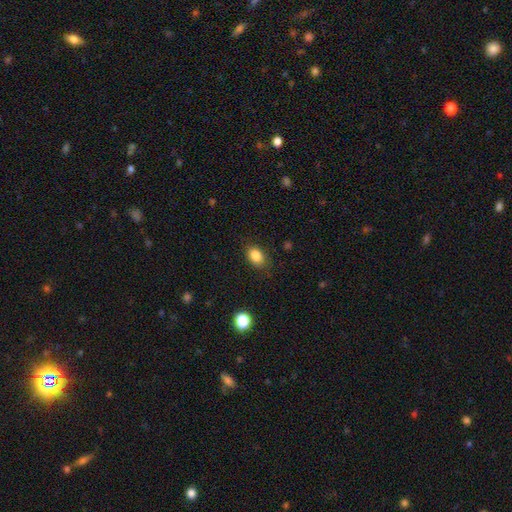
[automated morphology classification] A smooth galaxy with no disk features (86%) that is in between round and cigar-shaped (79%). Merging: none (83%).